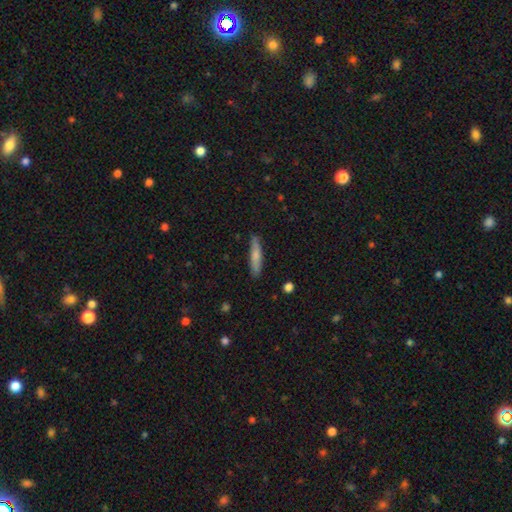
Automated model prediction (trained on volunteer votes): The model was most divided on "smooth or featured": smooth: 70%, featured or disk: 24%, star or artifact: 6%. More confident: how rounded — cigar-shaped (86%); merging — none (86%).